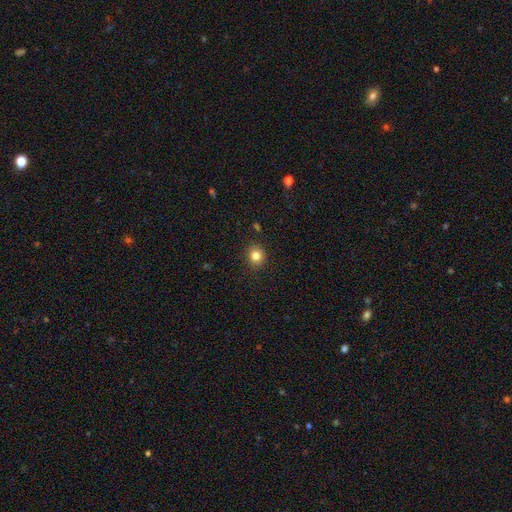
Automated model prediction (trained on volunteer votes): The model was most divided on "smooth or featured": smooth: 83%, star or artifact: 12%, featured or disk: 6%. More confident: merging — none (90%); how rounded — round (86%).